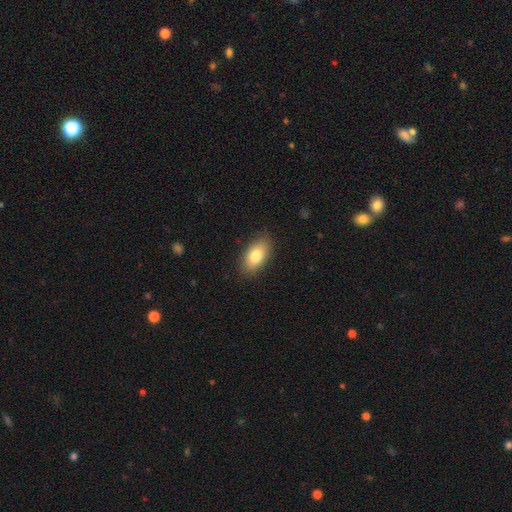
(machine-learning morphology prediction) A smooth galaxy with no disk features (81%) that is in between round and cigar-shaped (92%). Merging: none (86%).